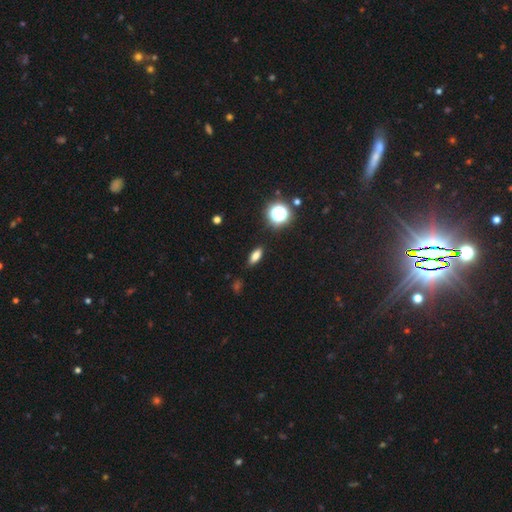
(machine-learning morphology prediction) A smooth galaxy with no disk features (75%) that is in between round and cigar-shaped (70%).

Vote fractions:
- Smooth or featured? smooth: 75% / star or artifact: 15% / featured or disk: 10%
- How rounded? in between: 70% / cigar-shaped: 22% / round: 8%
- Merging? none: 87% / minor disturbance: 9% / major disturbance: 2% / merger: 1%